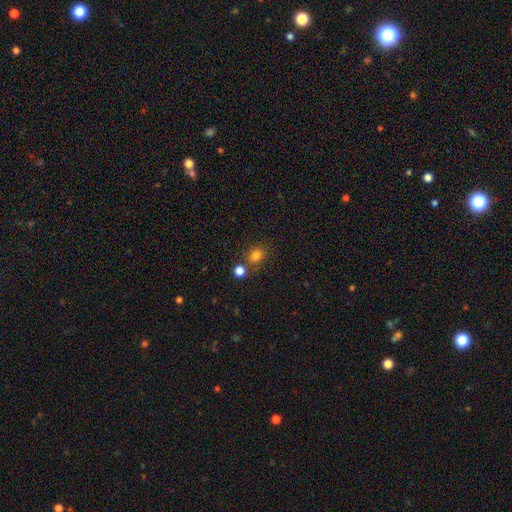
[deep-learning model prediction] smooth 80%, star or artifact 15%, featured or disk 6%. Down the decision tree: how rounded — round (70%); merging — none (72%).